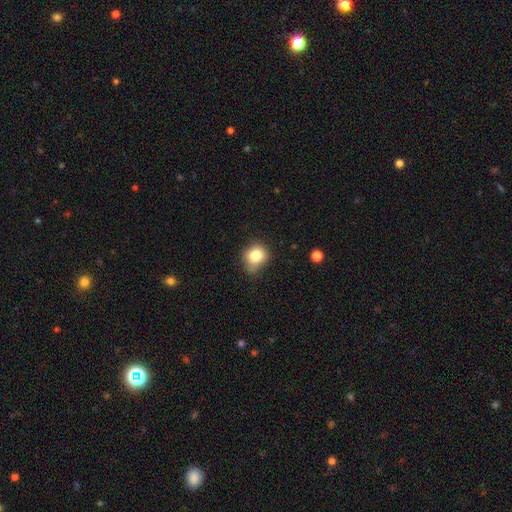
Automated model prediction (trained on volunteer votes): Smooth or featured? Predicted: smooth (p=0.80). How rounded? Predicted: round (p=0.76). Merging? Predicted: none (p=0.61).